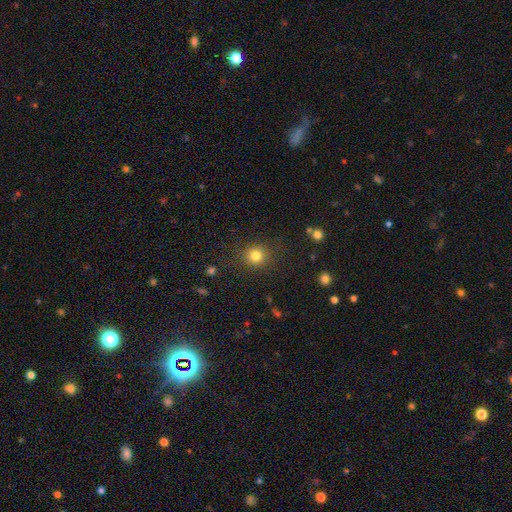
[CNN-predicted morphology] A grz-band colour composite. It shows a smooth galaxy with no disk features (81%) that is round (88%). Merging: none (86%).